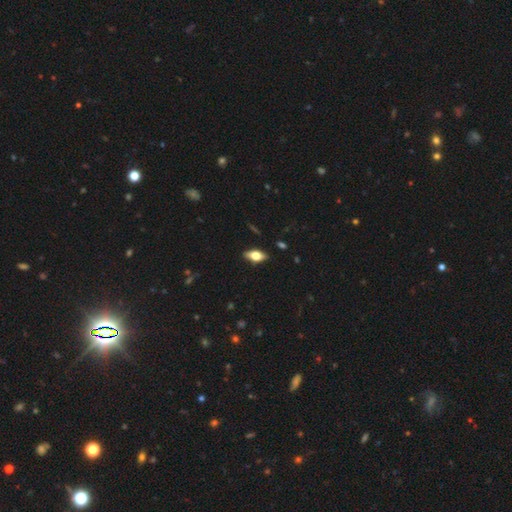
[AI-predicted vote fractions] A smooth galaxy with no disk features (59%) that is in between round and cigar-shaped (85%).

Vote fractions:
- Smooth or featured? smooth: 59% / featured or disk: 34% / star or artifact: 7%
- How rounded? in between: 85% / cigar-shaped: 11% / round: 4%
- Merging? none: 87% / minor disturbance: 10% / major disturbance: 2% / merger: 1%